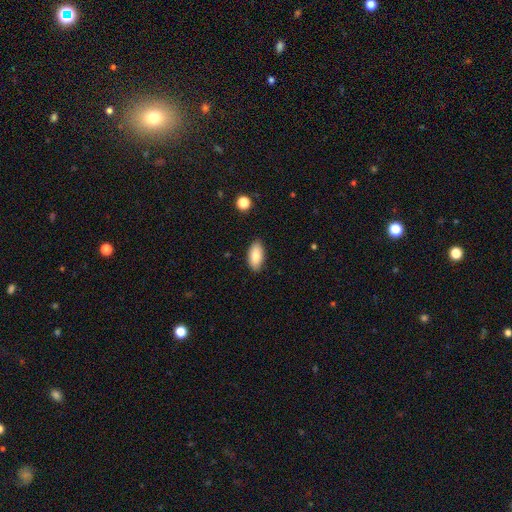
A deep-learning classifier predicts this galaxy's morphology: Overall: smooth (85%). How rounded: in between (90%). Merging: none (86%).